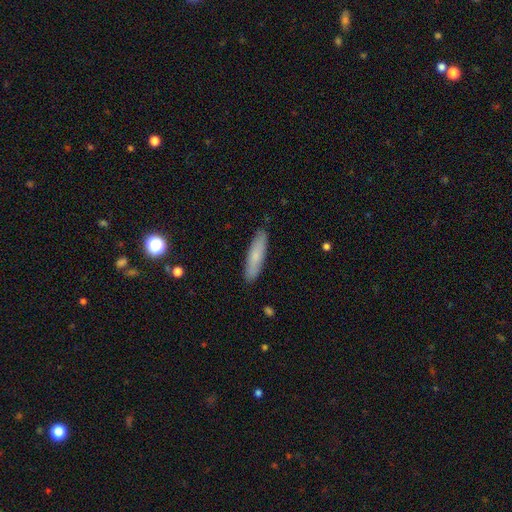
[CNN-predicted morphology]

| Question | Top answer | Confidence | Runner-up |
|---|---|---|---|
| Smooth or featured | smooth | 71% | featured or disk (22%) |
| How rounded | cigar-shaped | 76% | in between (22%) |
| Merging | none | 88% | minor disturbance (9%) |